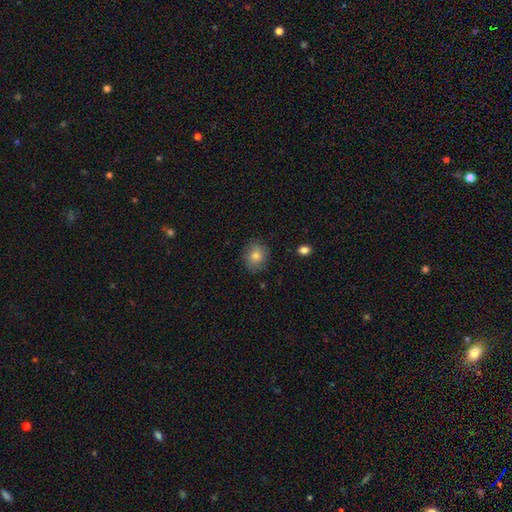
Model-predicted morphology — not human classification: smooth 81%, star or artifact 10%, featured or disk 10%. Down the decision tree: how rounded — round (71%); merging — none (85%).